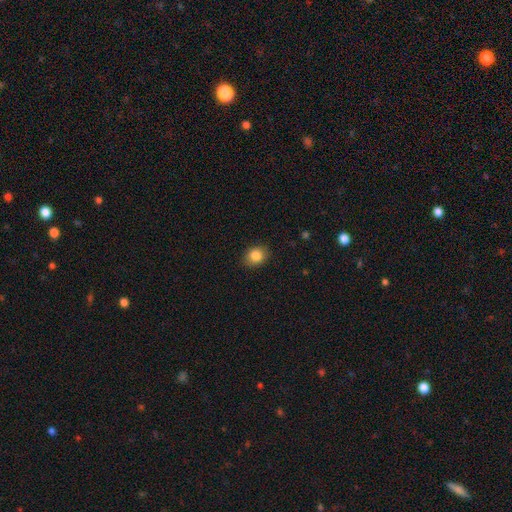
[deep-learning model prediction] smooth_or_featured: smooth (p=0.86) [alt: star or artifact p=0.09]
how_rounded: round (p=0.53) [alt: in between p=0.46]
merging: none (p=0.84) [alt: minor disturbance p=0.12]